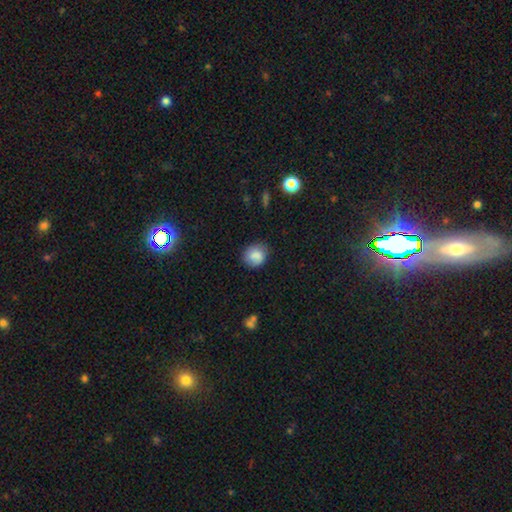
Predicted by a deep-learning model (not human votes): smooth 80%, featured or disk 12%, star or artifact 8%. Down the decision tree: how rounded — round (72%); merging — none (75%).